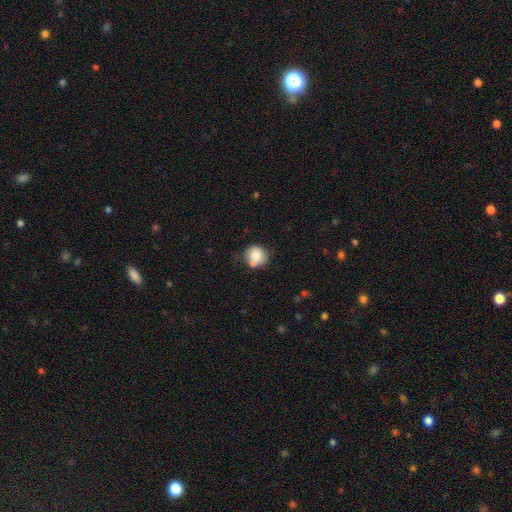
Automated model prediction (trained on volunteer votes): smooth-or-featured: smooth: 78% | featured or disk: 13% | star or artifact: 9%
  how-rounded: round: 88% | in between: 11% | cigar-shaped: 1%
  merging: none: 63% | minor disturbance: 20% | merger: 12% | major disturbance: 5%